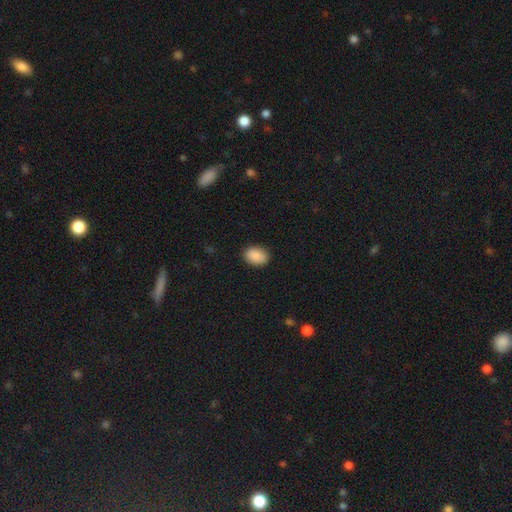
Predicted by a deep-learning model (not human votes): Smooth or featured?
  - smooth: 90% *
  - star or artifact: 7%
  - featured or disk: 3%
How rounded?
  - in between: 80% *
  - round: 19%
  - cigar-shaped: 1%
Merging?
  - none: 89% *
  - minor disturbance: 8%
  - major disturbance: 2%
  - merger: 1%